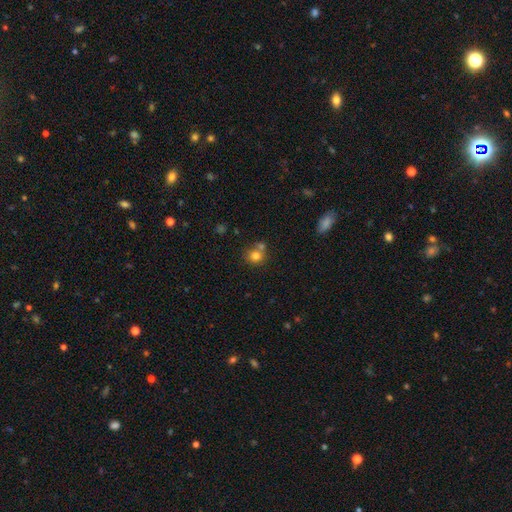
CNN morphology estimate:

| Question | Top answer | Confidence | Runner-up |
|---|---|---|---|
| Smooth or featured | smooth | 78% | star or artifact (11%) |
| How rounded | round | 82% | in between (17%) |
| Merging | none | 51% | merger (34%) |